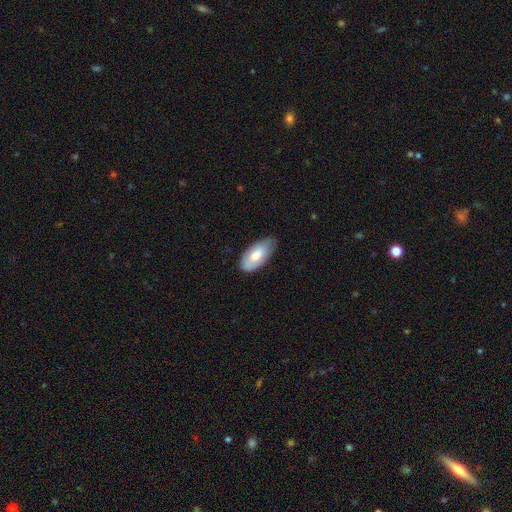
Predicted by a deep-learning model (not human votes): smooth 70%, featured or disk 24%, star or artifact 6%. Down the decision tree: how rounded — in between (93%); merging — none (69%).